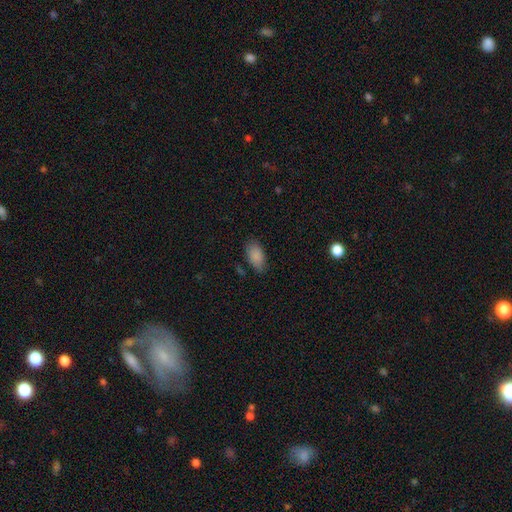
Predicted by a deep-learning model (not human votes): Smooth or featured: smooth — 87% (star or artifact — 8%)
How rounded: in between — 93% (round — 5%)
Merging: none — 74% (minor disturbance — 19%)